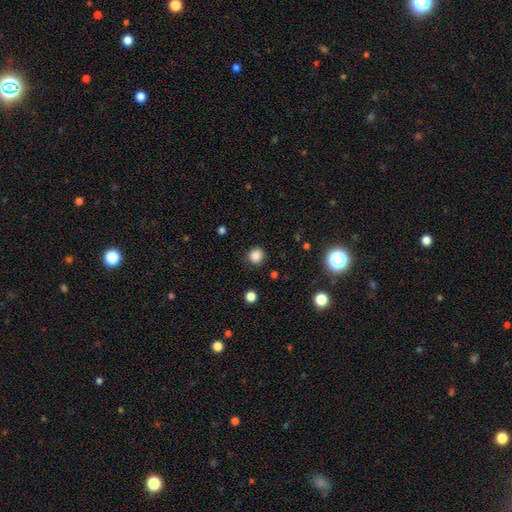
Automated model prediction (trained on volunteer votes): A smooth galaxy with no disk features (84%) that is round (88%). Merging: none (86%).